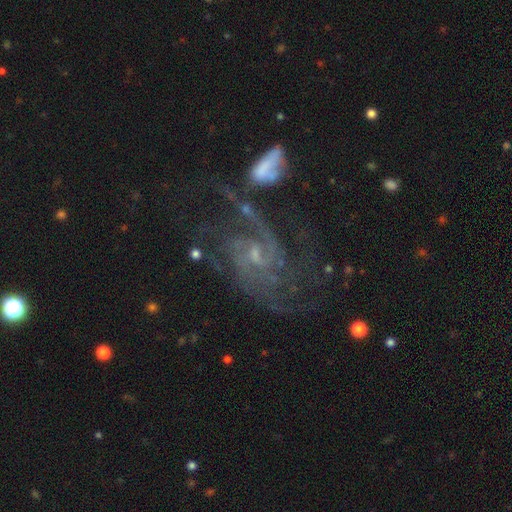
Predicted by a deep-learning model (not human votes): Morphology: type=featured or disk (85%); edge-on=no (97%); bar=weak (49%); spiral arms=yes (95%); winding=medium (49%); arm count=2 (45%); bulge=small (61%); merging=none (45%).